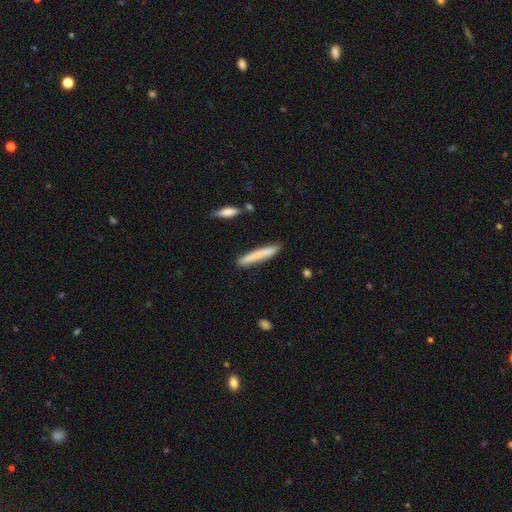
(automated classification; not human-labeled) smooth_or_featured: smooth (p=0.75) [alt: featured or disk p=0.19]
how_rounded: cigar-shaped (p=0.93) [alt: in between p=0.06]
merging: none (p=0.82) [alt: minor disturbance p=0.13]